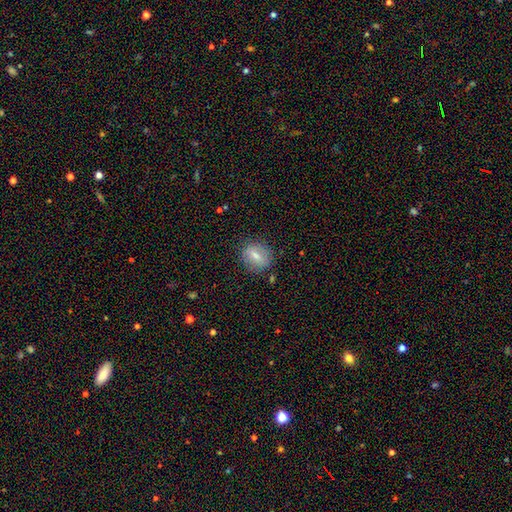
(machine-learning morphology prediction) Smooth or featured? Predicted: smooth (p=0.64). How rounded? Predicted: round (p=0.56). Merging? Predicted: none (p=0.82).